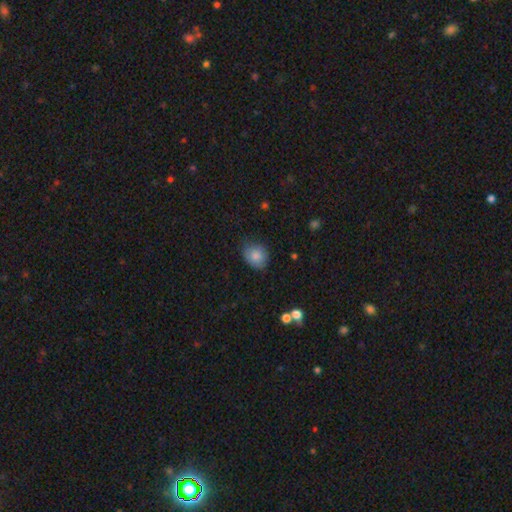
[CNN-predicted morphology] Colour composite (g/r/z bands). It shows a smooth galaxy with no disk features (82%) that is round (56%). Merging: none (72%).